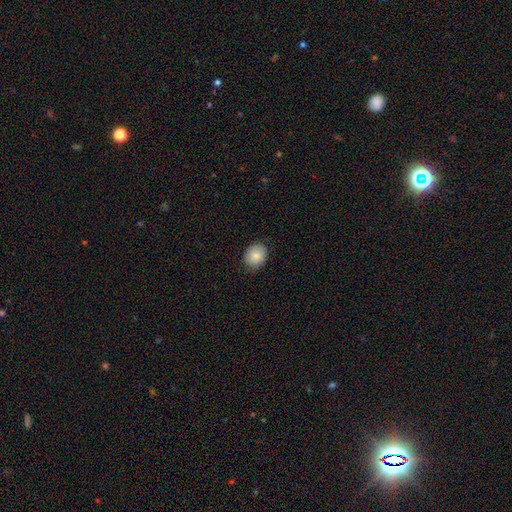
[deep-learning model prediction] Morphology: type=smooth (85%); roundness=round (59%); merging=none (83%).